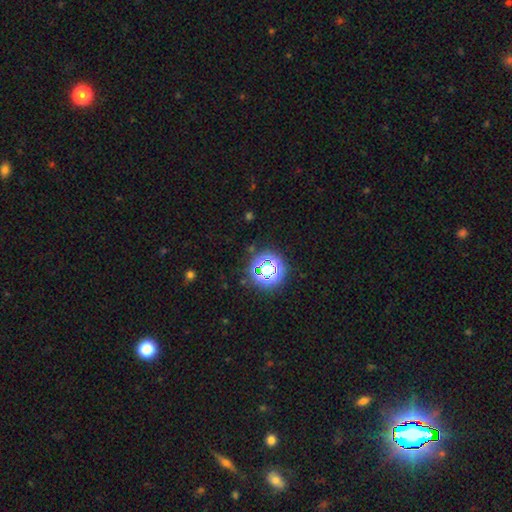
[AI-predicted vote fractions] This is likely a star or artifact rather than a galaxy (77%).